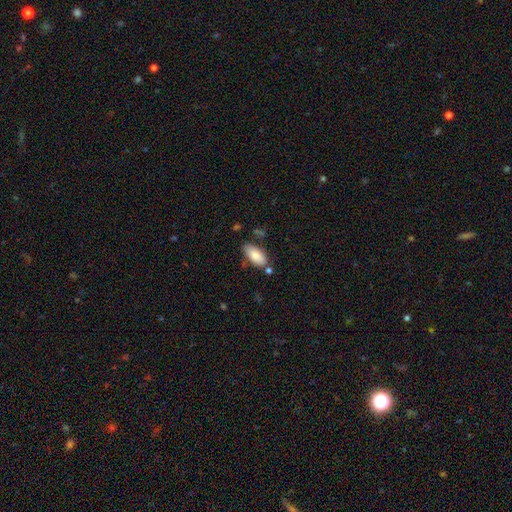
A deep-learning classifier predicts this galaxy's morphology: Overall: smooth (85%). How rounded: in between (92%). Merging: none (70%).